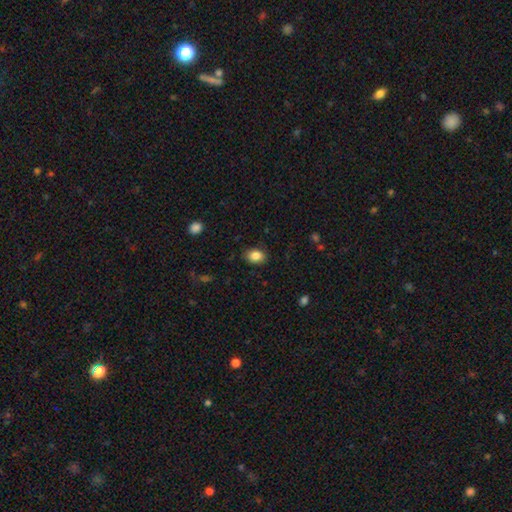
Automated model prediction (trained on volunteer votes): Smooth or featured? smooth (85%)
How rounded? in between (72%)
Merging? none (87%)